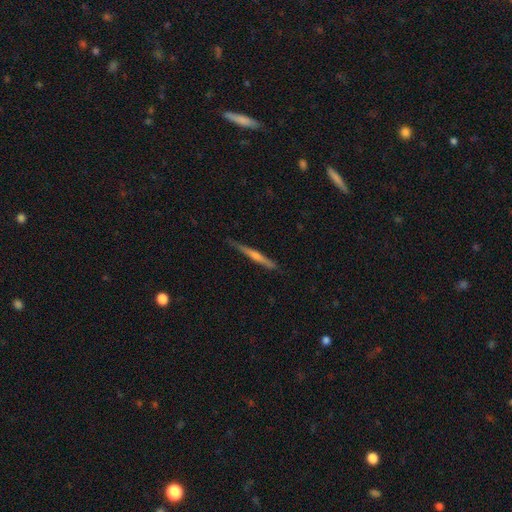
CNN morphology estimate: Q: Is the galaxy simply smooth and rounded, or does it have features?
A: featured or disk — 70%.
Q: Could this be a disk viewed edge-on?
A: yes — 98%.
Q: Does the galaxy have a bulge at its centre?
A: rounded — 65%.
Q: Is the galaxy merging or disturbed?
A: none — 87%.